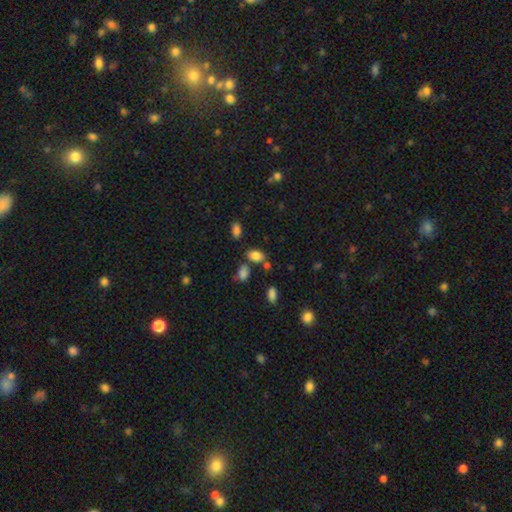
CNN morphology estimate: type=smooth (82%); roundness=in between (89%); merging=none (66%).